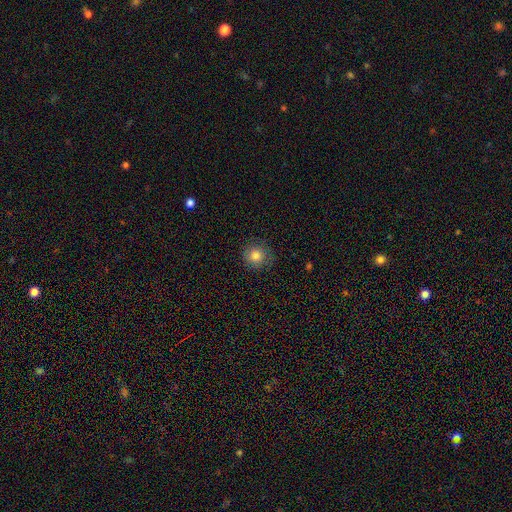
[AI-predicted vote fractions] This appears to be a smooth galaxy with no disk features (81%) that is round (92%). Merging: none (84%).